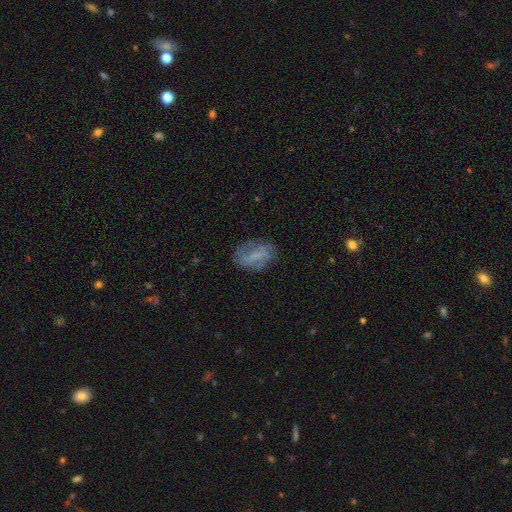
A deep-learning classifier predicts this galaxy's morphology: Smooth or featured? featured or disk (47%)
Merging? none (63%)